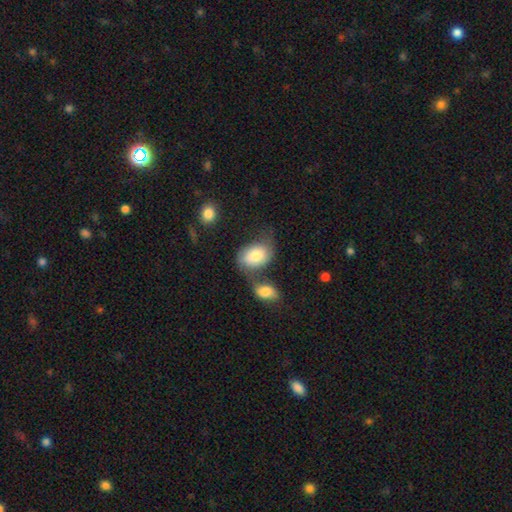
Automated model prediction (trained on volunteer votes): Overall: smooth (72%). How rounded: in between (81%). Merging: merger (37%; none 33%).